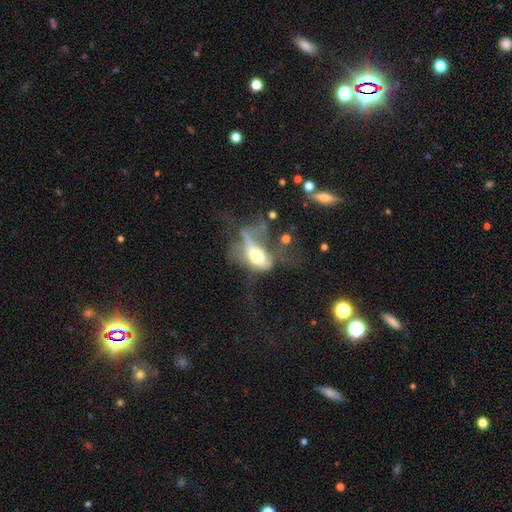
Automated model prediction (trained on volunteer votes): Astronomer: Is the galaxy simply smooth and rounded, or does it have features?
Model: featured or disk — 50% (runner-up: smooth, 39%).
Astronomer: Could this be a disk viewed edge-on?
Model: no — 75%.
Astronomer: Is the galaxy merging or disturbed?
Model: major disturbance — 55%.